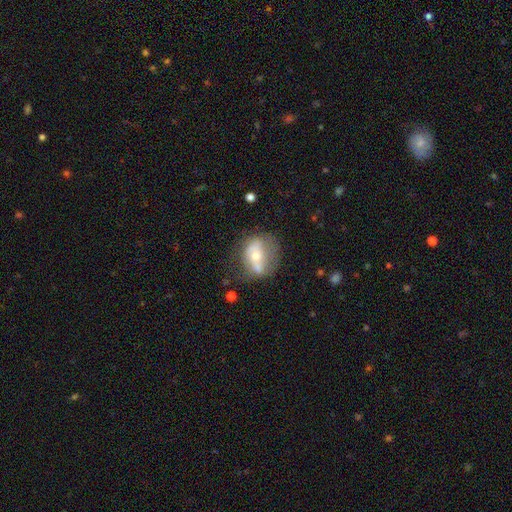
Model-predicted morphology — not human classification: smooth-or-featured: featured or disk: 53% | smooth: 39% | star or artifact: 8%
  disk-edge-on: no: 92% | yes: 8%
  merging: none: 47% | minor disturbance: 25% | major disturbance: 17% | merger: 11%